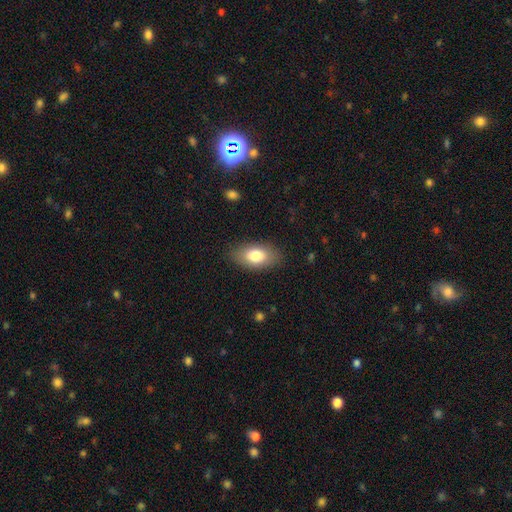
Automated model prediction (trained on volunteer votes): A smooth galaxy with no disk features (80%) that is in between round and cigar-shaped (91%).

Vote fractions:
- Smooth or featured? smooth: 80% / featured or disk: 13% / star or artifact: 7%
- How rounded? in between: 91% / round: 5% / cigar-shaped: 4%
- Merging? none: 84% / minor disturbance: 11% / major disturbance: 3% / merger: 1%